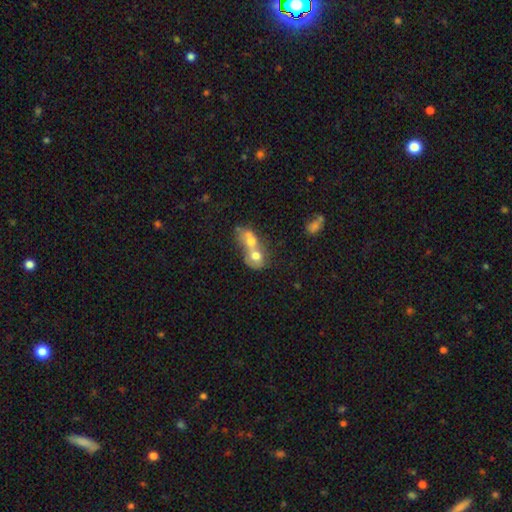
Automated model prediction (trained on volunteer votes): Overall: smooth (63%; featured or disk 28%). How rounded: round (53%; in between 45%). Merging: merger (79%).